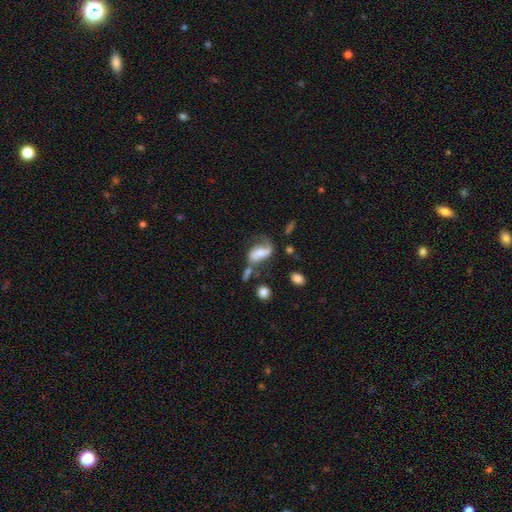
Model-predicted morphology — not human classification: featured or disk 69%, smooth 23%, star or artifact 8%. Down the decision tree: edge-on disk — no (95%); bar — no (43%); spiral arms — yes (86%); spiral arm count — 2 (74%); spiral winding — loose (59%); bulge size — moderate (64%); merging — none (41%).